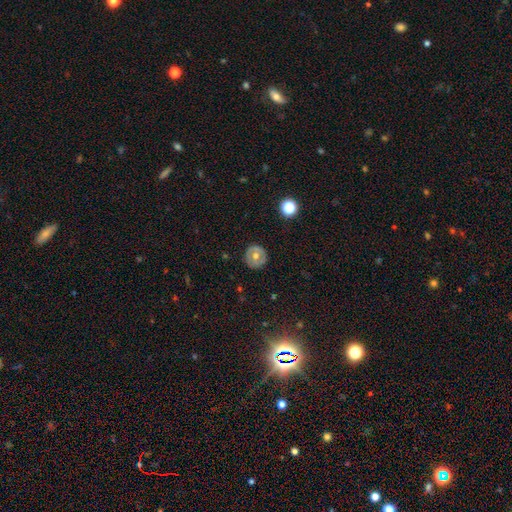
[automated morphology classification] smooth_or_featured: smooth (p=0.47) [alt: featured or disk p=0.44]
merging: none (p=0.87) [alt: minor disturbance p=0.09]